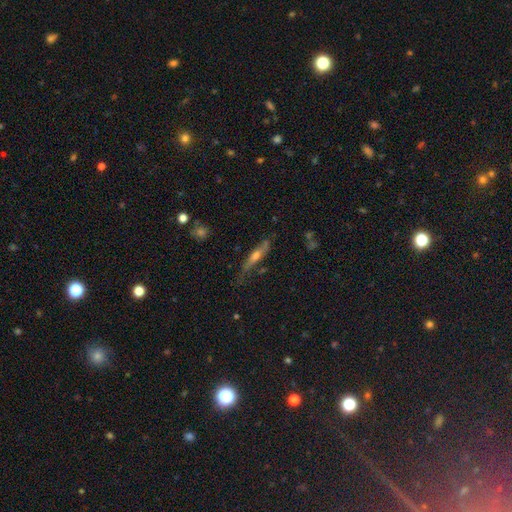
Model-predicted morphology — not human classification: The model was most divided on "smooth or featured": featured or disk: 59%, smooth: 32%, star or artifact: 9%. More confident: edge-on disk — yes (86%); edge-on bulge — rounded (79%); merging — none (68%).